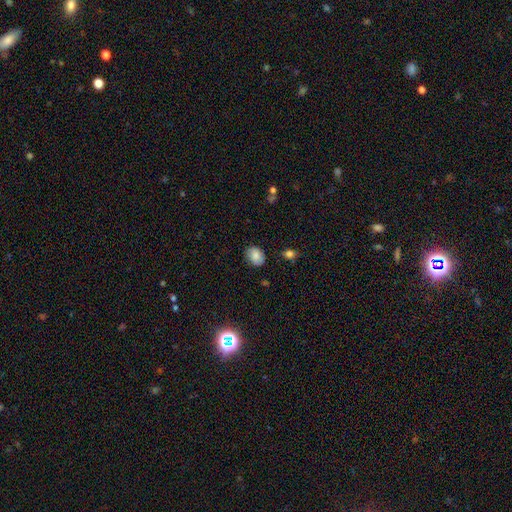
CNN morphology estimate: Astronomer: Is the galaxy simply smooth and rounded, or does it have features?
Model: smooth — 80%.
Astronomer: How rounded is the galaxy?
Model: in between — 59% (runner-up: round, 40%).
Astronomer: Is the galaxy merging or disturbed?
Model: none — 81%.